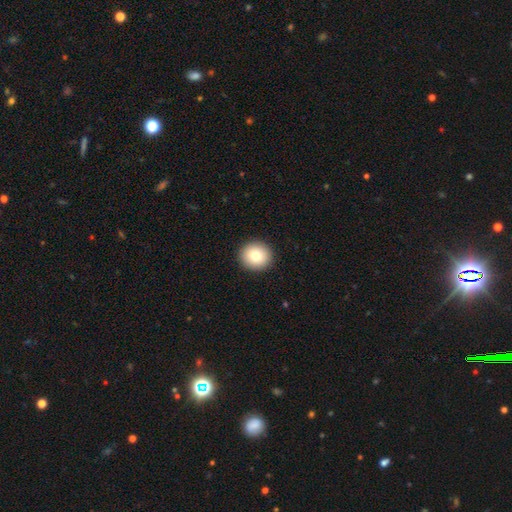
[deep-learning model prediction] This is clearly a smooth galaxy (80%). How rounded: clearly round (90%). Merging: clearly none (93%).